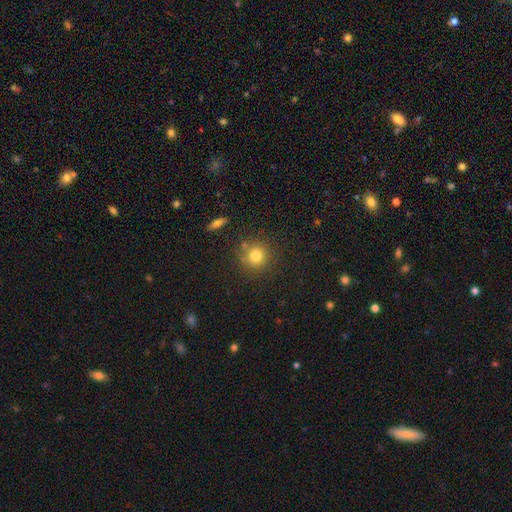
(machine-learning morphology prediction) smooth 79%, star or artifact 13%, featured or disk 8%. Down the decision tree: how rounded — round (92%); merging — none (78%).